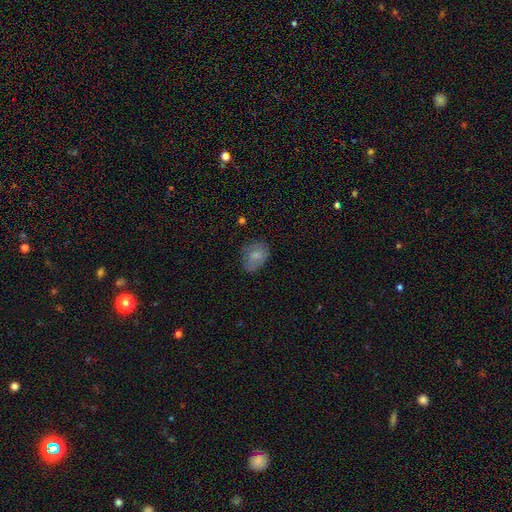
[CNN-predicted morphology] Smooth or featured: smooth — 74% (featured or disk — 17%)
How rounded: in between — 66% (round — 33%)
Merging: none — 59% (minor disturbance — 29%)